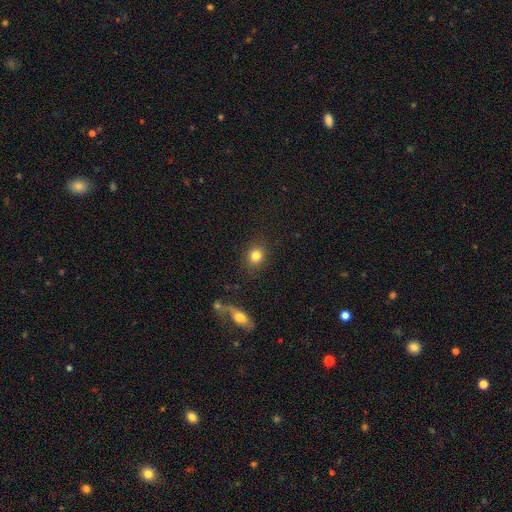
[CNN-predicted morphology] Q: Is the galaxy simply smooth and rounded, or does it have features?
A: smooth — 83%.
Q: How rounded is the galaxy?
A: round — 76%.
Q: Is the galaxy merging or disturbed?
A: none — 86%.